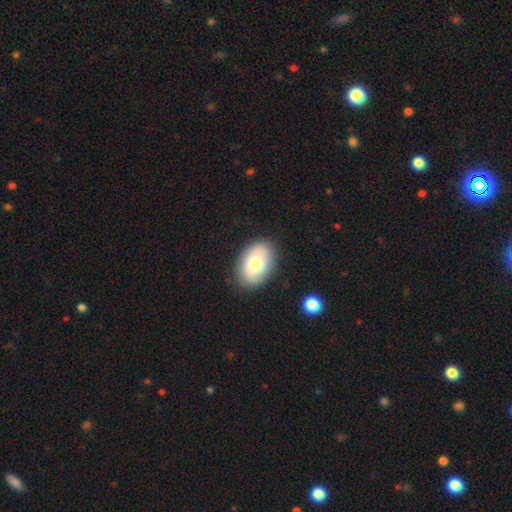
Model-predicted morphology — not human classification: Smooth or featured? Predicted: smooth (p=0.71). How rounded? Predicted: in between (p=0.88). Merging? Predicted: none (p=0.88).